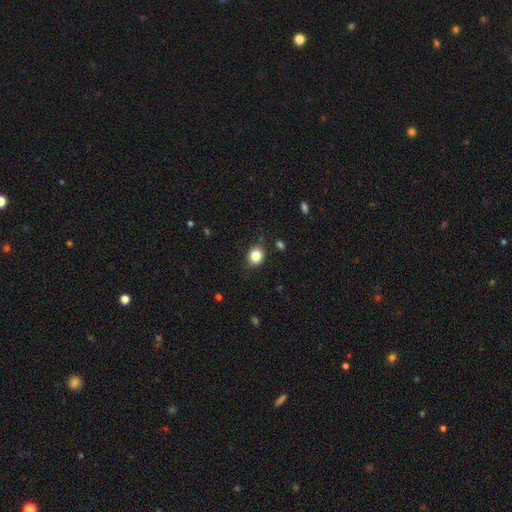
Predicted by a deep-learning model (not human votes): Morphology: type=smooth (82%); roundness=round (60%); merging=none (81%).